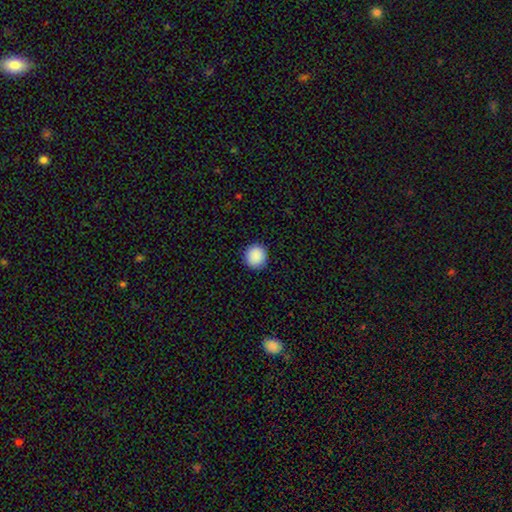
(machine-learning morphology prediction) A smooth galaxy with no disk features (90%) that is round (92%). Merging: none (92%).